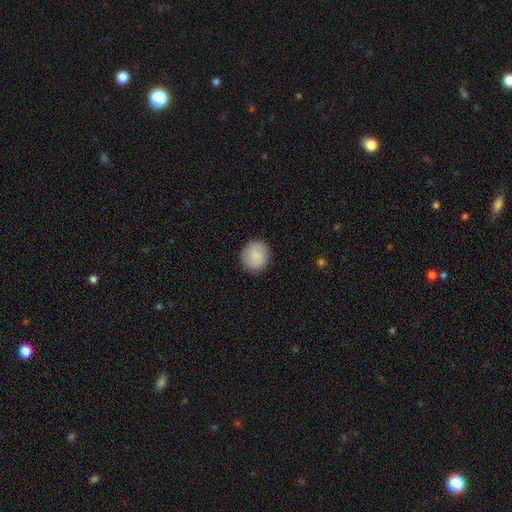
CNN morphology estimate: smooth_or_featured: smooth (p=0.86) [alt: featured or disk p=0.07]
how_rounded: round (p=0.80) [alt: in between p=0.19]
merging: none (p=0.89) [alt: minor disturbance p=0.08]